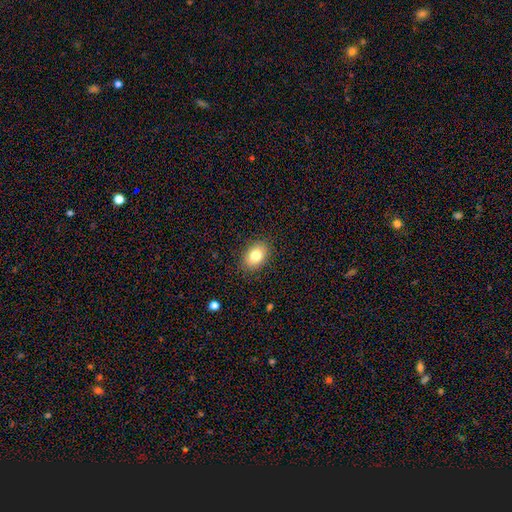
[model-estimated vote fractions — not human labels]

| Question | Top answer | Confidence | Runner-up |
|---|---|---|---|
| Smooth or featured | smooth | 81% | featured or disk (10%) |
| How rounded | in between | 80% | round (19%) |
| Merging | none | 87% | minor disturbance (10%) |